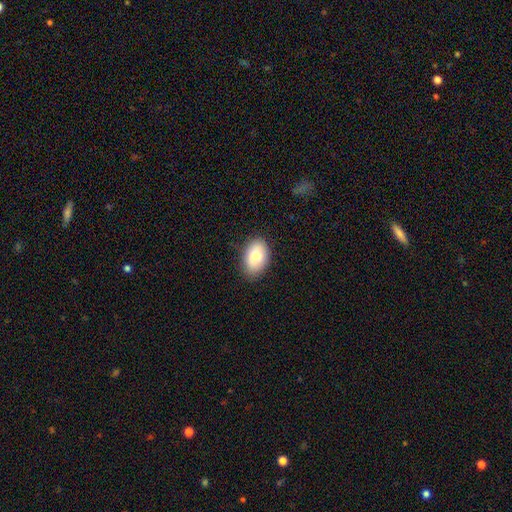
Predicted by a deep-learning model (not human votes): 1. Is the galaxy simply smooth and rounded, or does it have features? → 81% smooth, 11% featured or disk, 7% star or artifact.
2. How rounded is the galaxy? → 87% in between, 12% round, 1% cigar-shaped.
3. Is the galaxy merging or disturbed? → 85% none, 12% minor disturbance, 3% major disturbance, 1% merger.